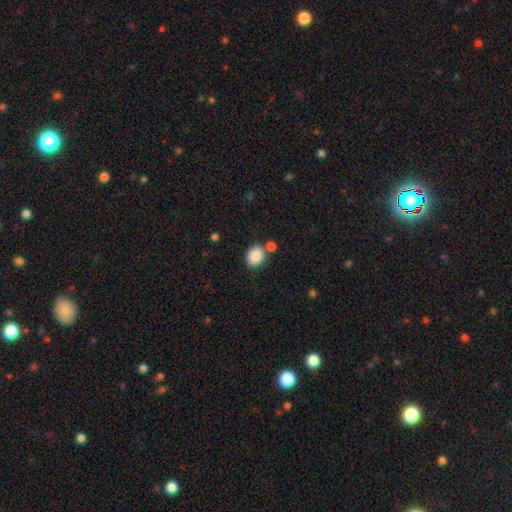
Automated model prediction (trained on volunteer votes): Overall: smooth (88%). How rounded: in between (50%; round 49%). Merging: none (67%).